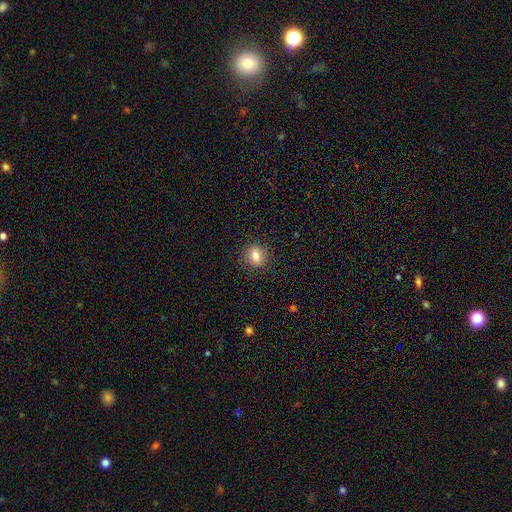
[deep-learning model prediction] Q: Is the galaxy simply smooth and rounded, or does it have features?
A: smooth — 79%.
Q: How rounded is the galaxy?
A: round — 70%.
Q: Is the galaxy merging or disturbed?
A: none — 89%.